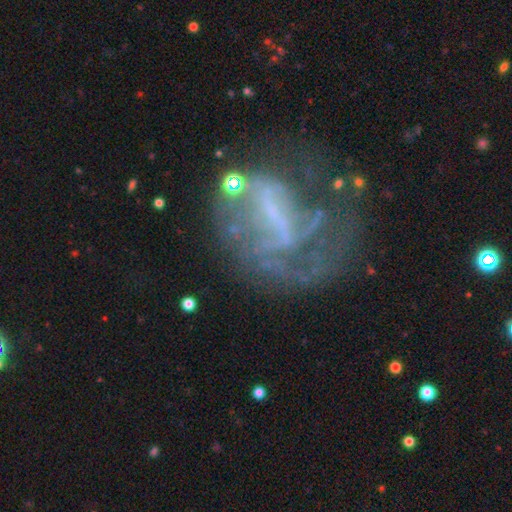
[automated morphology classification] Smooth or featured?
  - featured or disk: 73% *
  - smooth: 14%
  - star or artifact: 13%
Edge-on disk?
  - no: 97% *
  - yes: 3%
Bar?
  - no: 36% *
  - weak: 35%
  - strong: 29%
Spiral arms?
  - yes: 55% *
  - no: 45%
Bulge size?
  - none: 57% *
  - small: 29%
  - moderate: 10%
  - large: 2%
  - dominant: 1%
Merging?
  - major disturbance: 44% *
  - none: 33%
  - minor disturbance: 17%
  - merger: 6%